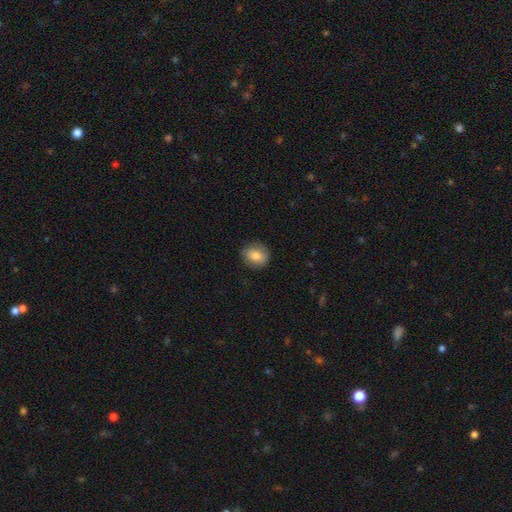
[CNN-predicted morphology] The model was most divided on "how rounded": round: 66%, in between: 33%, cigar-shaped: 1%. More confident: merging — none (83%); smooth or featured — smooth (79%).